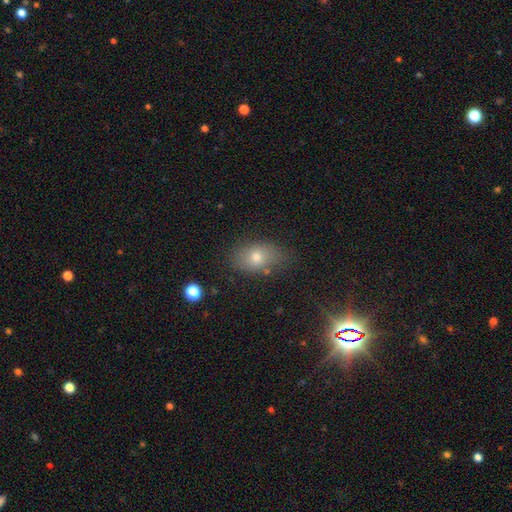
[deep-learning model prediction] smooth 68%, star or artifact 18%, featured or disk 14%. Down the decision tree: how rounded — in between (81%); merging — none (77%).